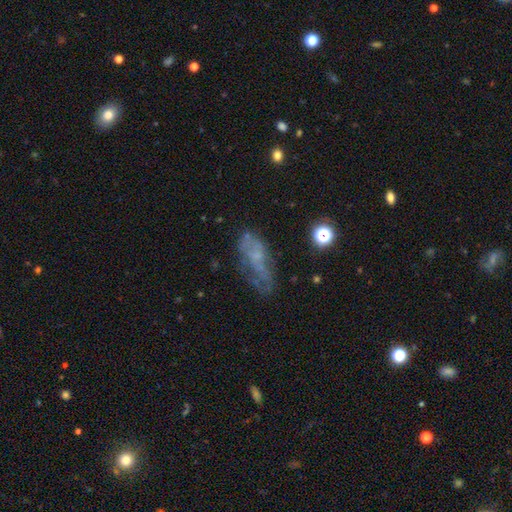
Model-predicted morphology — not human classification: This is possibly a featured or disk galaxy (47%). Merging: possibly none (48%).